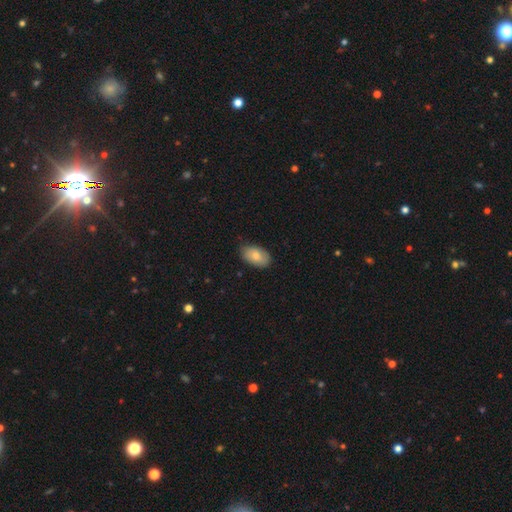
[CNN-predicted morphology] smooth 80%, featured or disk 14%, star or artifact 6%. Down the decision tree: how rounded — in between (93%); merging — none (80%).